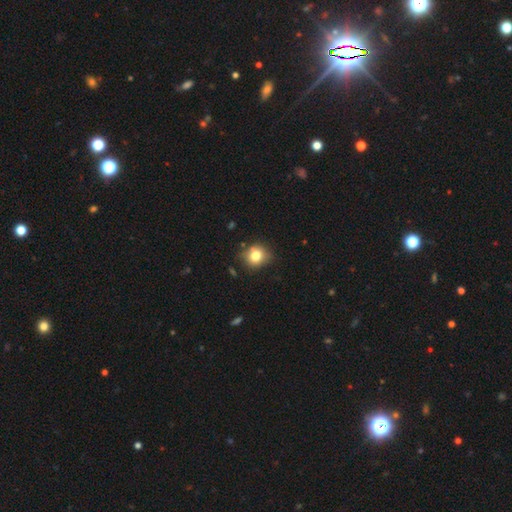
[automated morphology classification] Smooth or featured: smooth — 78% (star or artifact — 11%)
How rounded: round — 80% (in between — 19%)
Merging: none — 78% (minor disturbance — 16%)